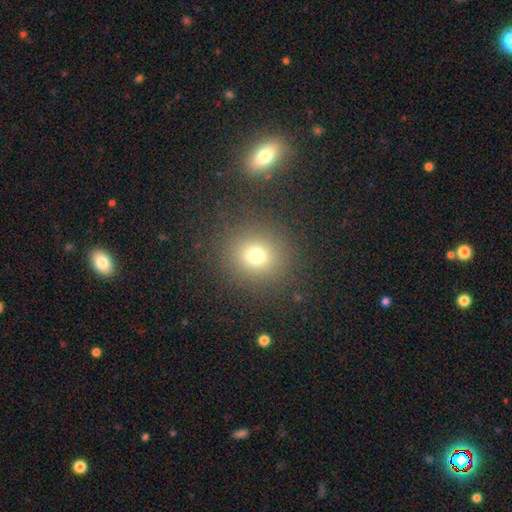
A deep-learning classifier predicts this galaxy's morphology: Overall: smooth (73%). How rounded: round (86%). Merging: none (86%).